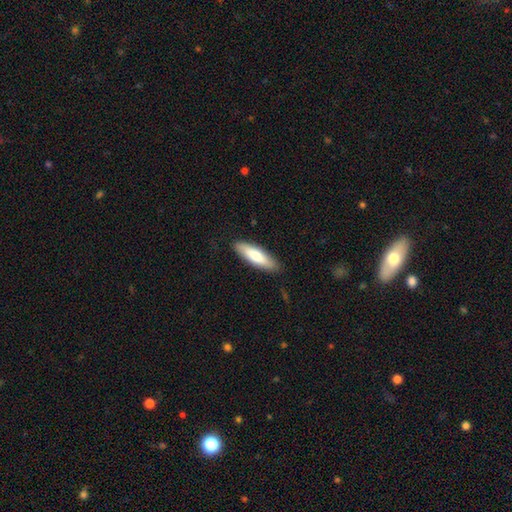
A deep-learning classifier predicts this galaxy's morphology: smooth-or-featured: smooth: 75% | featured or disk: 20% | star or artifact: 5%
  how-rounded: cigar-shaped: 57% | in between: 41% | round: 1%
  merging: none: 87% | minor disturbance: 10% | major disturbance: 2% | merger: 1%